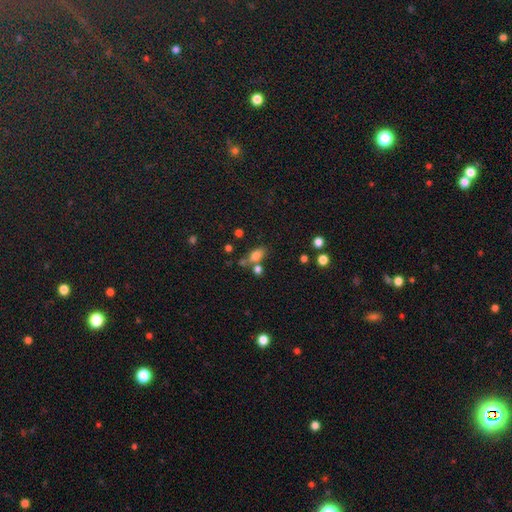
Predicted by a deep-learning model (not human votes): A smooth galaxy with no disk features (77%) that is in between round and cigar-shaped (82%). Merging: none (54%).